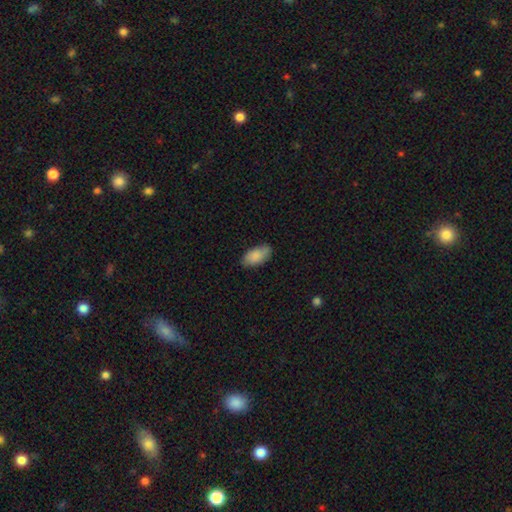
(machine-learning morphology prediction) smooth_or_featured: smooth (p=0.86) [alt: featured or disk p=0.08]
how_rounded: in between (p=0.94) [alt: cigar-shaped p=0.04]
merging: none (p=0.77) [alt: minor disturbance p=0.19]